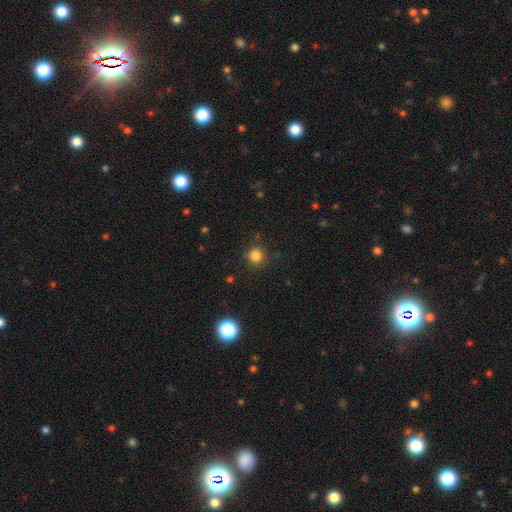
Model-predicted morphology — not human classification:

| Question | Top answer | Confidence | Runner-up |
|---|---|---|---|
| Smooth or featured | smooth | 82% | star or artifact (14%) |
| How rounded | round | 92% | in between (7%) |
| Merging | none | 85% | minor disturbance (10%) |